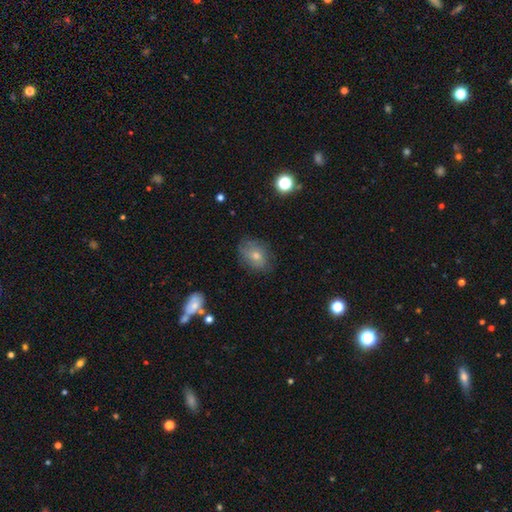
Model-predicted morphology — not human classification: A smooth galaxy with no disk features (51%) that is in between round and cigar-shaped (70%). Merging: none (76%).